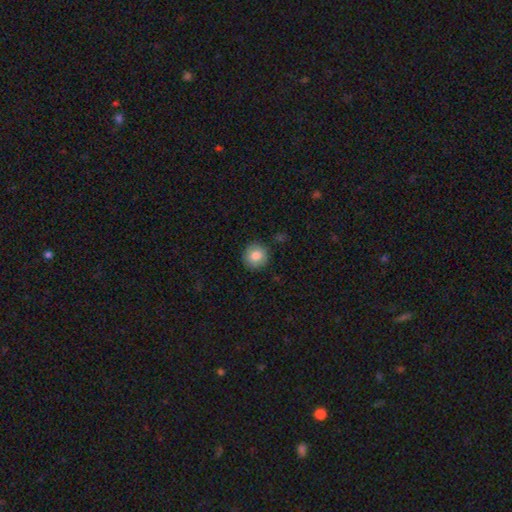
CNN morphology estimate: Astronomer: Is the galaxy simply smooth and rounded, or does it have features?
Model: smooth — 83%.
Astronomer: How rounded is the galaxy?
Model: round — 92%.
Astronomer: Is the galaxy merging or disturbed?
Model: none — 89%.